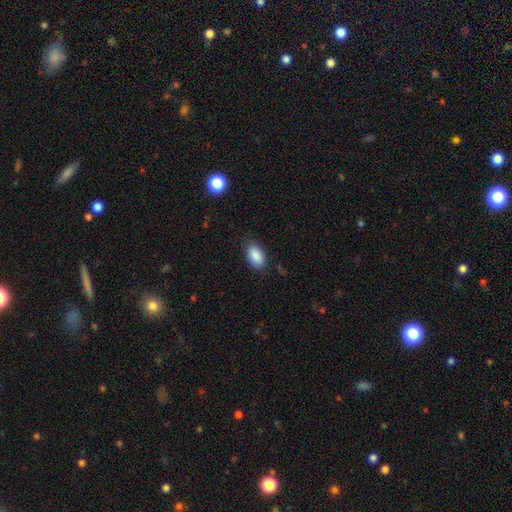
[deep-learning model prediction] Smooth or featured? Predicted: smooth (p=0.89). How rounded? Predicted: in between (p=0.92). Merging? Predicted: none (p=0.83).